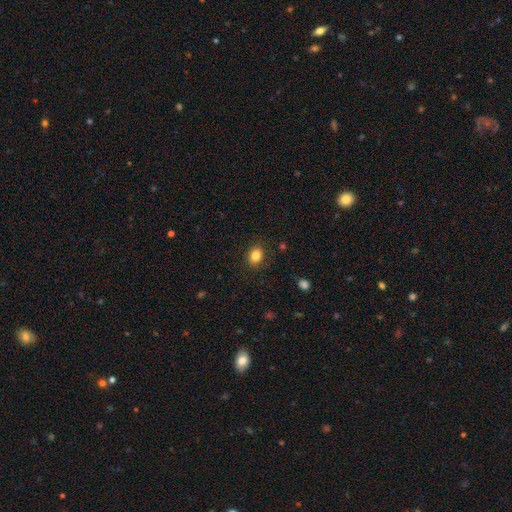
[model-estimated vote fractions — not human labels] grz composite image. It shows a smooth galaxy with no disk features (84%) that is in between round and cigar-shaped (61%). Merging: none (86%).